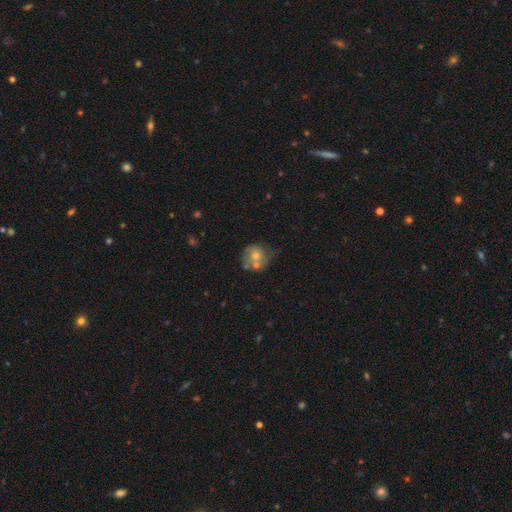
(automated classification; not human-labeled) Morphology: type=smooth (49%); merging=none (40%).